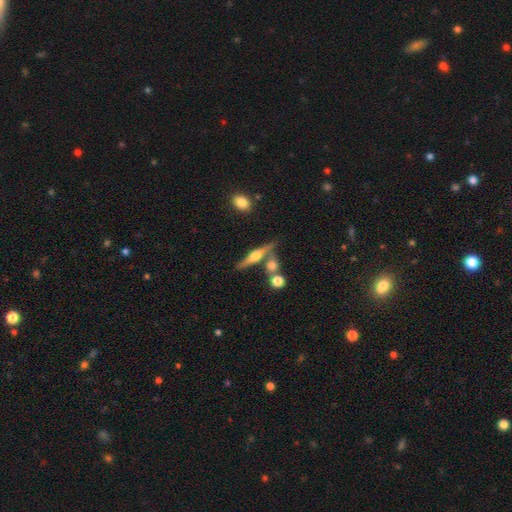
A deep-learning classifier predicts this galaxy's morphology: This appears to be a featured or disk galaxy (74%) viewed edge-on (94%) with a rounded central bulge (94%). Merging: none (66%).